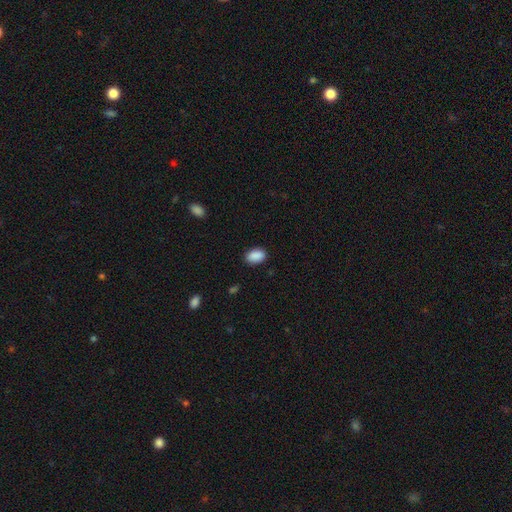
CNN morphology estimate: Smooth or featured?
  - smooth: 90% *
  - star or artifact: 7%
  - featured or disk: 3%
How rounded?
  - in between: 89% *
  - round: 9%
  - cigar-shaped: 2%
Merging?
  - none: 87% *
  - minor disturbance: 10%
  - major disturbance: 2%
  - merger: 1%